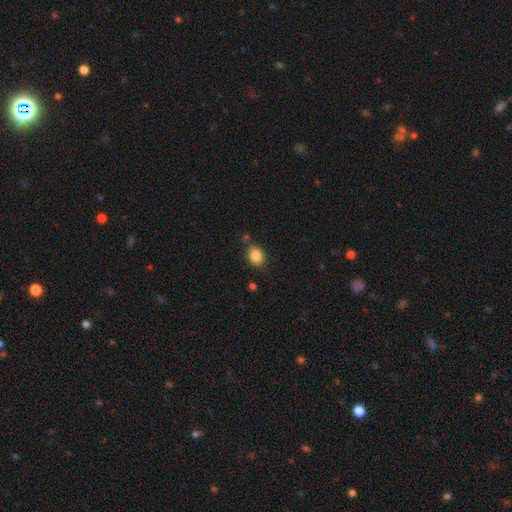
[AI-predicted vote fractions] Overall: smooth (85%). How rounded: in between (67%; round 31%). Merging: none (77%).